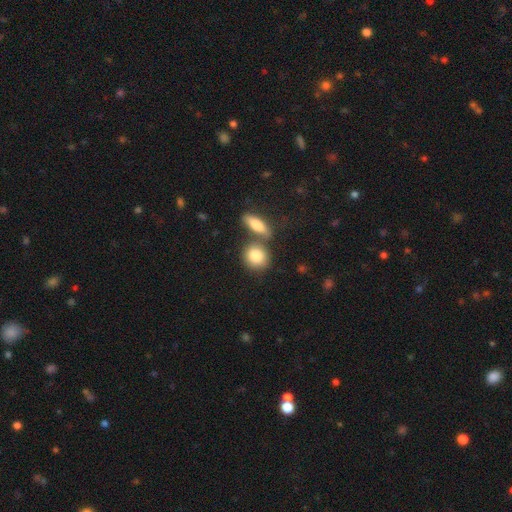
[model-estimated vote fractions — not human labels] Smooth or featured? Predicted: smooth (p=0.84). How rounded? Predicted: round (p=0.67). Merging? Predicted: none (p=0.54).